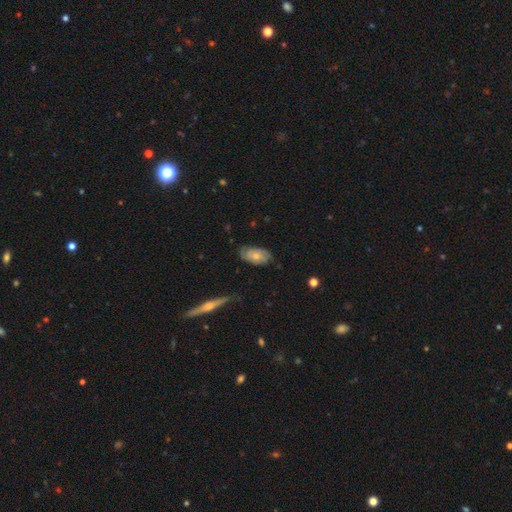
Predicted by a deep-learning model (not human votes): Q: Smooth or featured?
A: featured or disk (48%); runner-up: smooth (45%)
Q: Merging?
A: none (69%); runner-up: minor disturbance (23%)